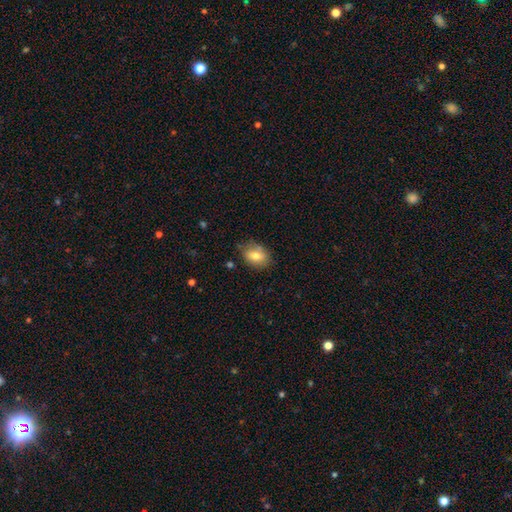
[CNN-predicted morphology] smooth_or_featured: smooth (p=0.77) [alt: featured or disk p=0.14]
how_rounded: in between (p=0.75) [alt: round p=0.23]
merging: none (p=0.73) [alt: minor disturbance p=0.19]